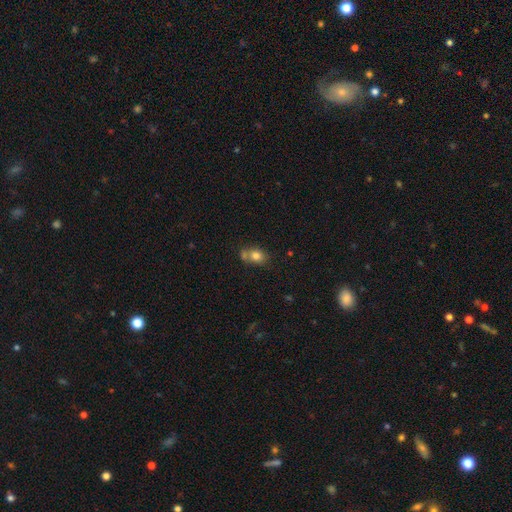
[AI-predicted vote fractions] The model was most divided on "how rounded": in between: 50%, round: 48%, cigar-shaped: 1%. Remaining: smooth or featured — smooth (77%); merging — none (49%).